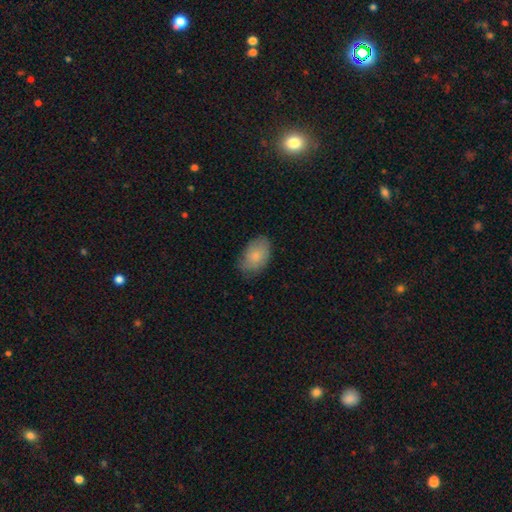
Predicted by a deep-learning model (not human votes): Morphology: type=smooth (80%); roundness=in between (88%); merging=none (73%).